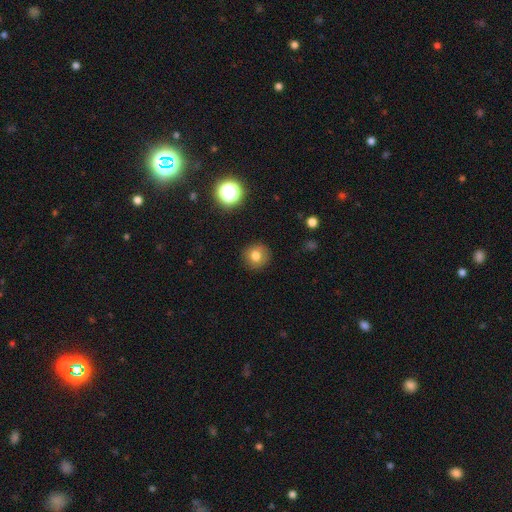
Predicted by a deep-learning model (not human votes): The model was most divided on "smooth or featured": smooth: 77%, star or artifact: 13%, featured or disk: 10%. More confident: how rounded — round (93%); merging — none (90%).